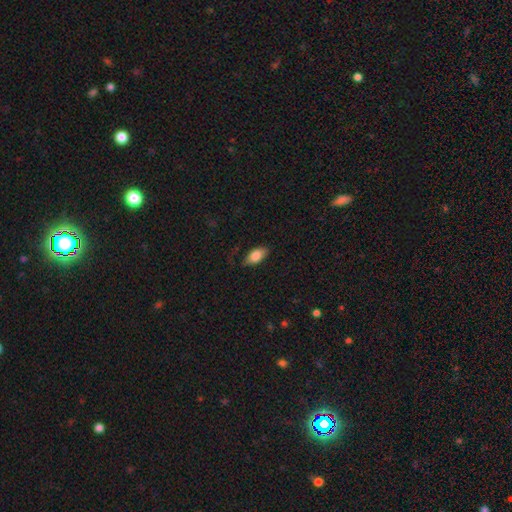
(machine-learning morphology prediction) smooth_or_featured: smooth (p=0.82) [alt: featured or disk p=0.12]
how_rounded: in between (p=0.90) [alt: cigar-shaped p=0.07]
merging: none (p=0.76) [alt: minor disturbance p=0.18]